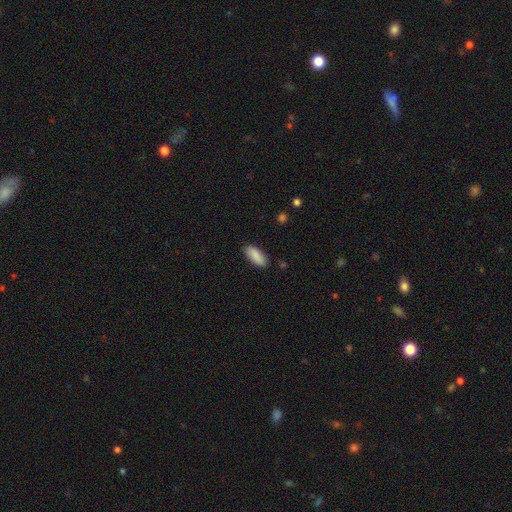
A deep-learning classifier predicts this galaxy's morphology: A smooth galaxy with no disk features (89%) that is in between round and cigar-shaped (78%).

Vote fractions:
- Smooth or featured? smooth: 89% / star or artifact: 6% / featured or disk: 5%
- How rounded? in between: 78% / cigar-shaped: 20% / round: 2%
- Merging? none: 86% / minor disturbance: 10% / major disturbance: 2% / merger: 1%